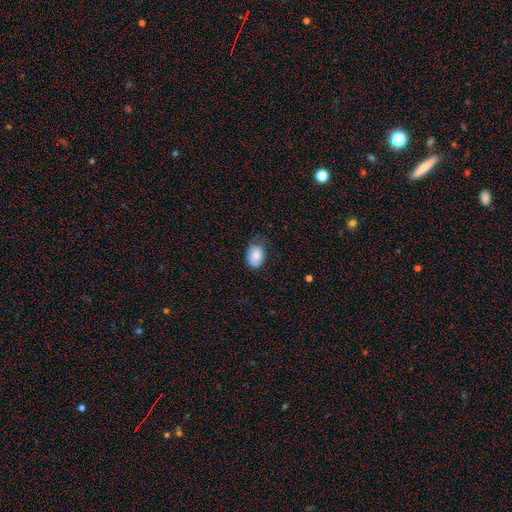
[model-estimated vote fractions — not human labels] Smooth or featured? smooth (84%)
How rounded? in between (84%)
Merging? none (51%)